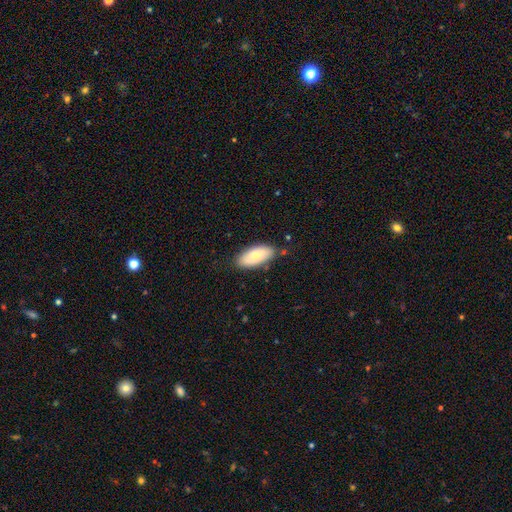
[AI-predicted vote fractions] Smooth or featured? Predicted: smooth (p=0.73). How rounded? Predicted: in between (p=0.89). Merging? Predicted: none (p=0.81).